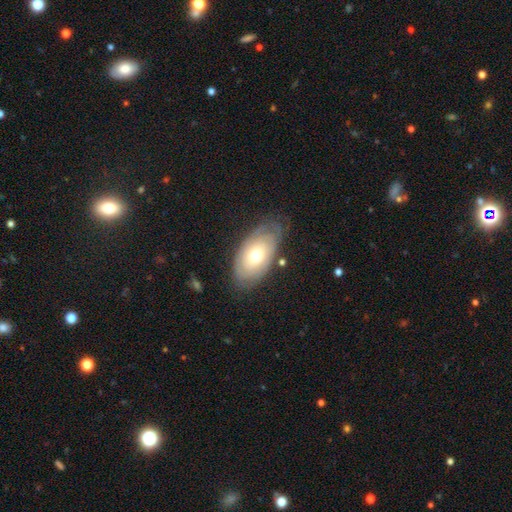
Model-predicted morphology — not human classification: smooth-or-featured: featured or disk: 51% | smooth: 42% | star or artifact: 7%
  disk-edge-on: no: 90% | yes: 10%
  merging: none: 71% | minor disturbance: 21% | major disturbance: 7% | merger: 2%